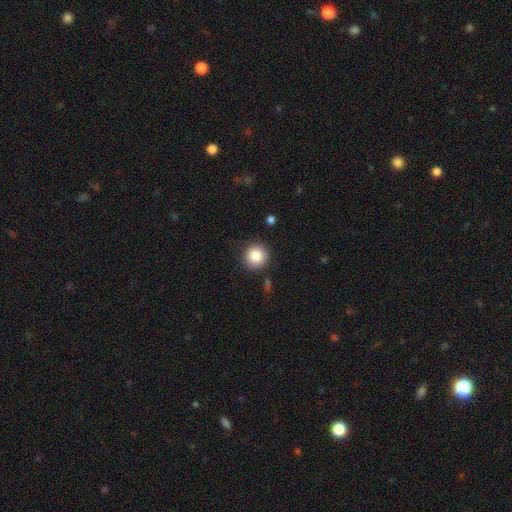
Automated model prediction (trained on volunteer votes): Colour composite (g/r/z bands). It shows a smooth galaxy with no disk features (86%) that is round (93%). Merging: none (86%).